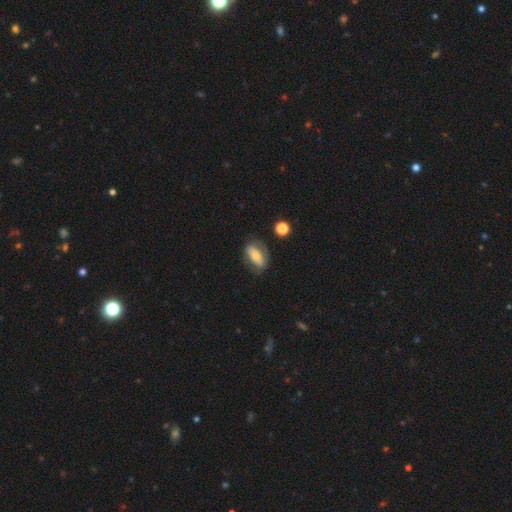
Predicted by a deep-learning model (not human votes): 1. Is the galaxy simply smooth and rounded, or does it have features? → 52% smooth, 41% featured or disk, 7% star or artifact.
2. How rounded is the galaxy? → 83% in between, 10% cigar-shaped, 8% round.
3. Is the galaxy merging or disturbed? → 67% none, 21% minor disturbance, 9% major disturbance, 3% merger.